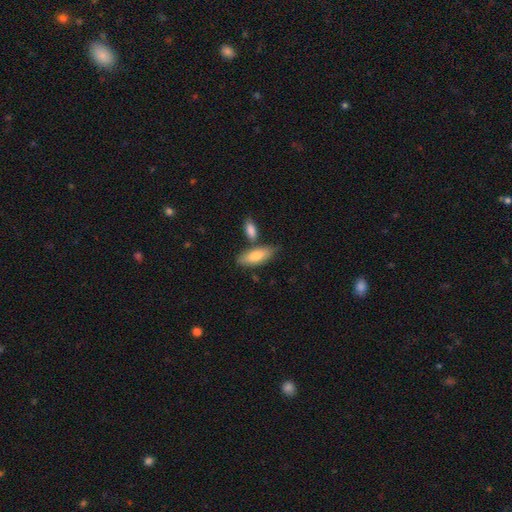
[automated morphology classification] A smooth galaxy with no disk features (79%) that is in between round and cigar-shaped (78%). Merging: none (64%).